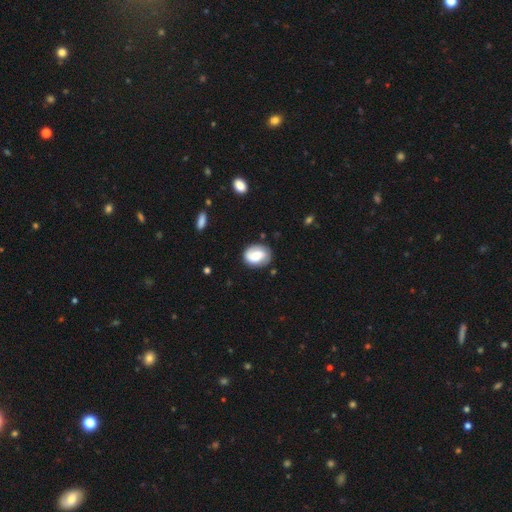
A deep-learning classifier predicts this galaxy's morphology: Overall: smooth (52%; featured or disk 40%). How rounded: in between (57%; round 42%). Merging: none (76%).